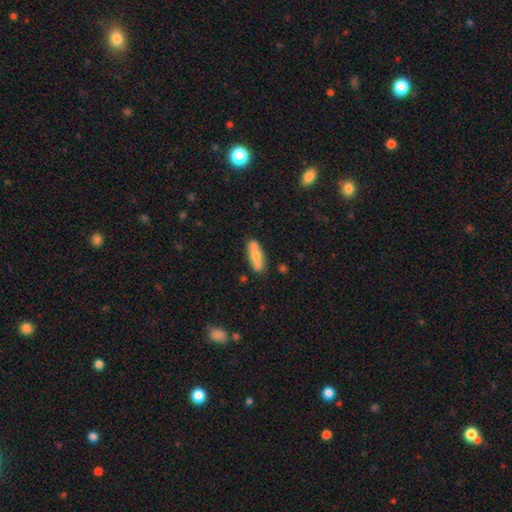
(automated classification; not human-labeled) Morphology: type=smooth (67%); roundness=cigar-shaped (56%); merging=none (84%).